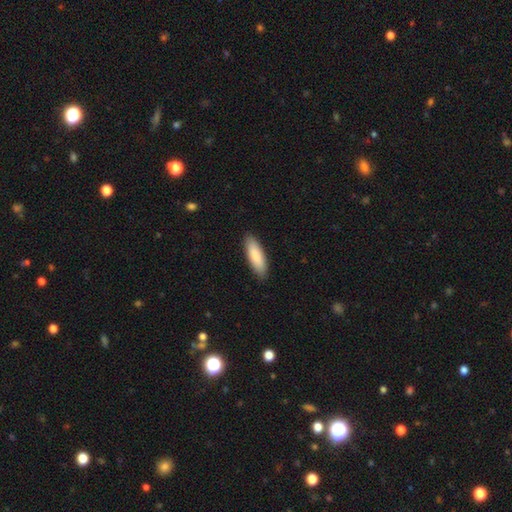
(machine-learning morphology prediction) Smooth or featured? smooth (85%)
How rounded? in between (56%)
Merging? none (89%)